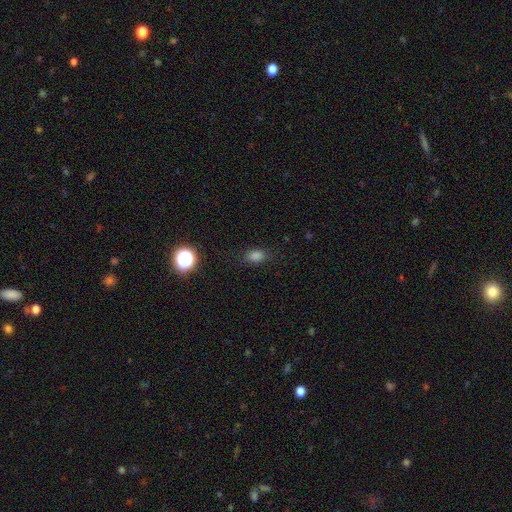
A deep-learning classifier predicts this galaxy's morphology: A smooth galaxy with no disk features (78%) that is in between round and cigar-shaped (71%).

Vote fractions:
- Smooth or featured? smooth: 78% / star or artifact: 17% / featured or disk: 5%
- How rounded? in between: 71% / round: 26% / cigar-shaped: 3%
- Merging? none: 81% / minor disturbance: 14% / major disturbance: 4% / merger: 1%